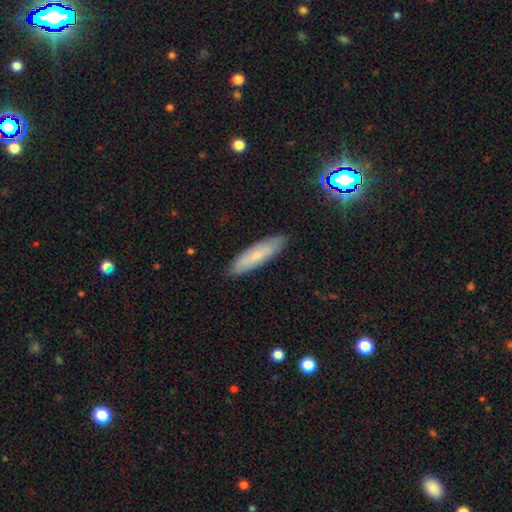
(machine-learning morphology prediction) Smooth or featured? smooth (69%)
How rounded? cigar-shaped (70%)
Merging? none (87%)